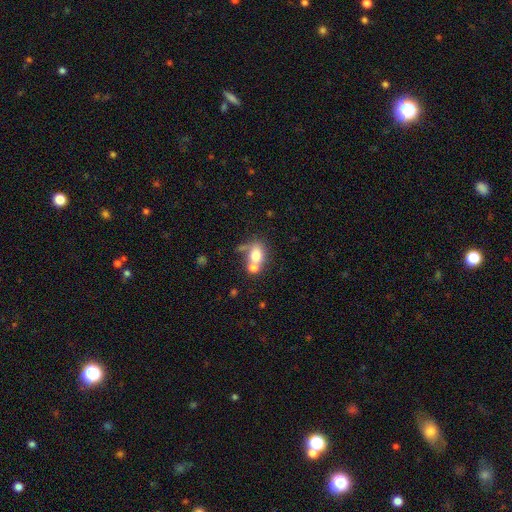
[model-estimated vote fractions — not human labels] smooth 72%, featured or disk 18%, star or artifact 10%. Down the decision tree: how rounded — in between (65%); merging — merger (53%).